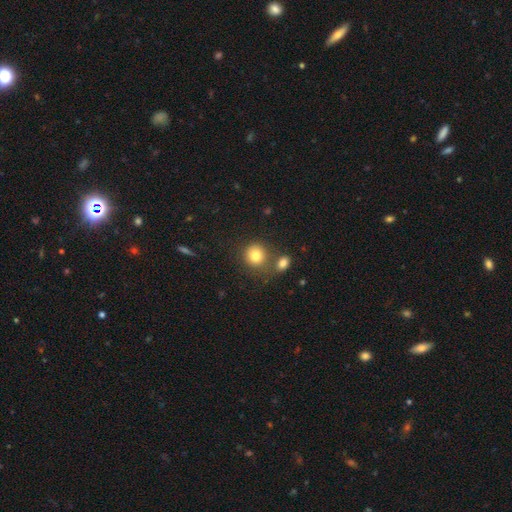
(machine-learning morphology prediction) Smooth or featured? Predicted: smooth (p=0.80). How rounded? Predicted: round (p=0.85). Merging? Predicted: none (p=0.64).